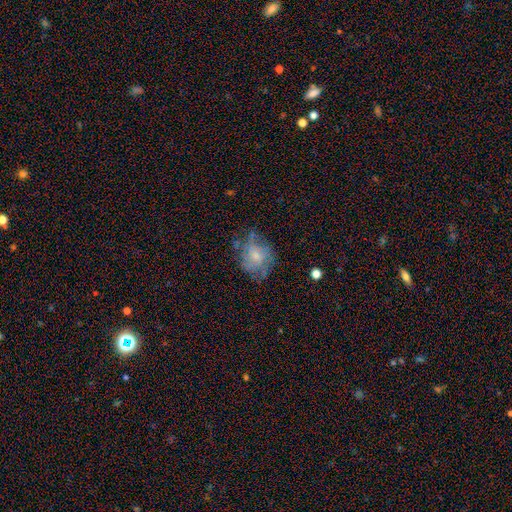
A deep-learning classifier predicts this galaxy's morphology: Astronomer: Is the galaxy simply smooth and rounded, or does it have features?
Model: featured or disk — 49% (runner-up: smooth, 41%).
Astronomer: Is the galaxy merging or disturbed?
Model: none — 53%.